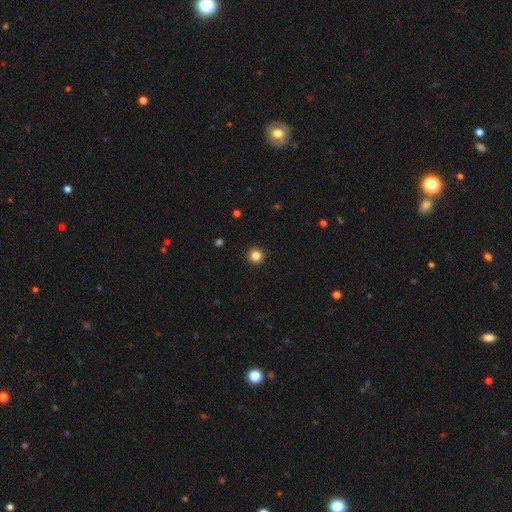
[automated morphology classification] A smooth galaxy with no disk features (84%) that is round (96%).

Vote fractions:
- Smooth or featured? smooth: 84% / star or artifact: 12% / featured or disk: 4%
- How rounded? round: 96% / in between: 3% / cigar-shaped: 1%
- Merging? none: 94% / minor disturbance: 4% / major disturbance: 2% / merger: 1%